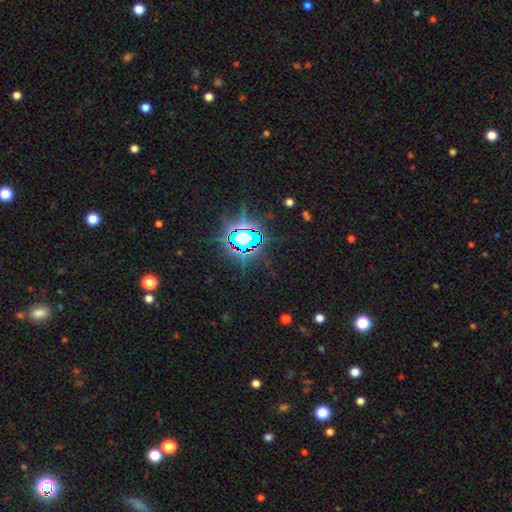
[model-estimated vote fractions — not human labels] A star or artifact, not a galaxy (84%).